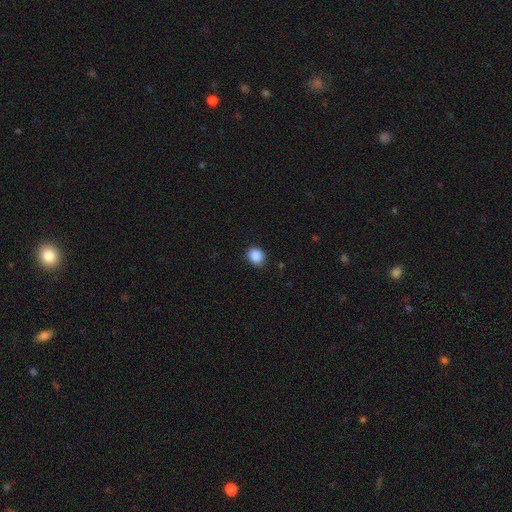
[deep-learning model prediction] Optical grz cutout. It shows a smooth galaxy with no disk features (88%) that is round (72%). Merging: none (85%).